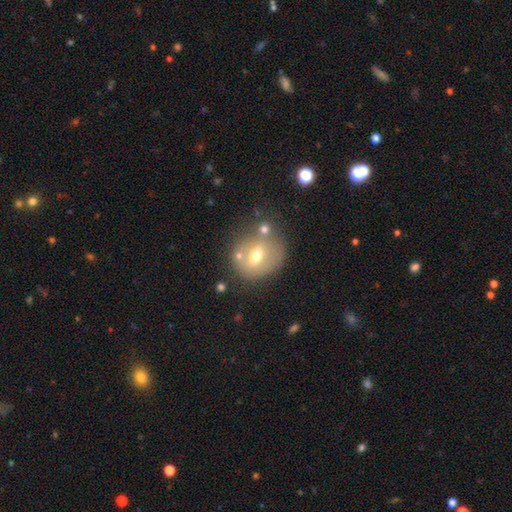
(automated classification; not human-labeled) smooth_or_featured: smooth (p=0.54) [alt: featured or disk p=0.35]
how_rounded: round (p=0.69) [alt: in between p=0.29]
merging: none (p=0.60) [alt: minor disturbance p=0.17]